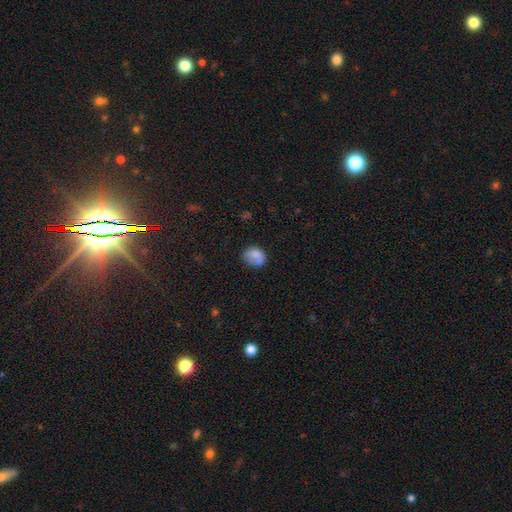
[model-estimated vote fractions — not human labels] smooth-or-featured: smooth: 74% | featured or disk: 16% | star or artifact: 10%
  how-rounded: round: 53% | in between: 46% | cigar-shaped: 1%
  merging: none: 47% | minor disturbance: 27% | merger: 14% | major disturbance: 12%